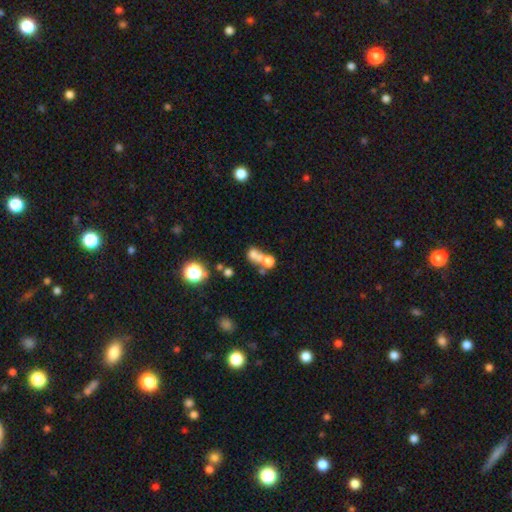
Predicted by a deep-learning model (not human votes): The model was most divided on "merging": merger: 57%, none: 28%, major disturbance: 7%, minor disturbance: 7%. More confident: how rounded — round (67%); smooth or featured — smooth (60%).